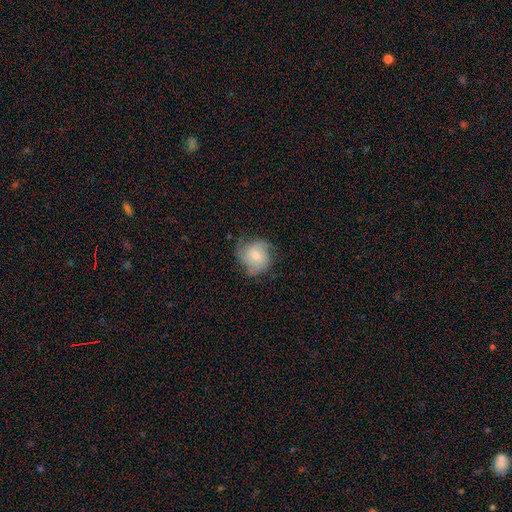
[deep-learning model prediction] Smooth or featured? featured or disk (57%)
Edge-on disk? no (97%)
Bar? no (61%)
Spiral arms? yes (87%)
Bulge size? small (48%)
Merging? none (60%)